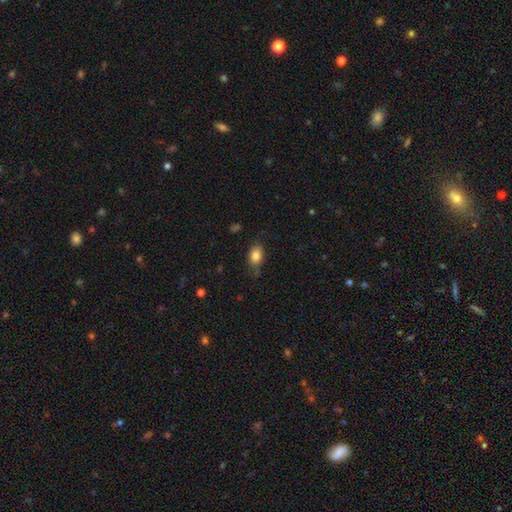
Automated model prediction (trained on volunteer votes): Smooth or featured? smooth (84%)
How rounded? in between (83%)
Merging? none (75%)